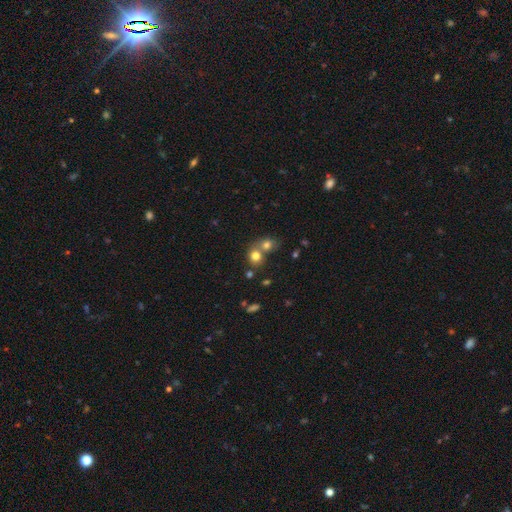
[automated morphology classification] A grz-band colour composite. It shows a smooth galaxy with no disk features (76%) that is round (79%). Merging: merger (54%).